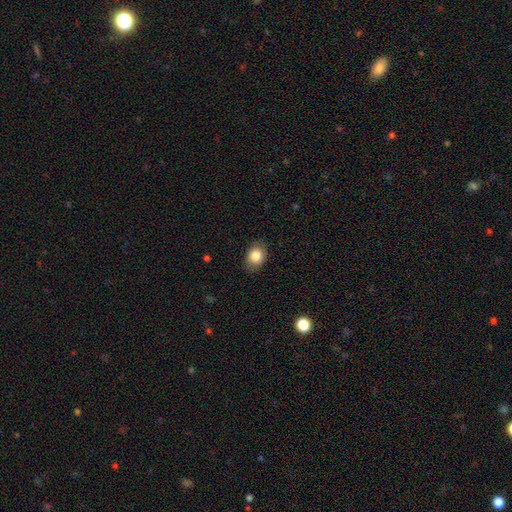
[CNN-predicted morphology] Smooth or featured? Predicted: smooth (p=0.84). How rounded? Predicted: in between (p=0.68). Merging? Predicted: none (p=0.83).